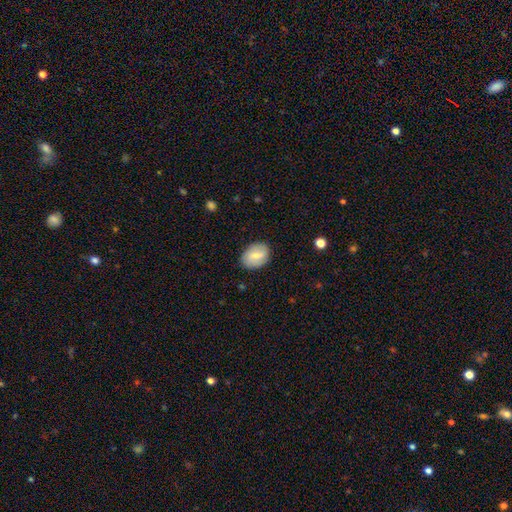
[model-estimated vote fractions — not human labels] This appears to be a smooth galaxy with no disk features (65%) that is in between round and cigar-shaped (76%). Merging: none (83%).